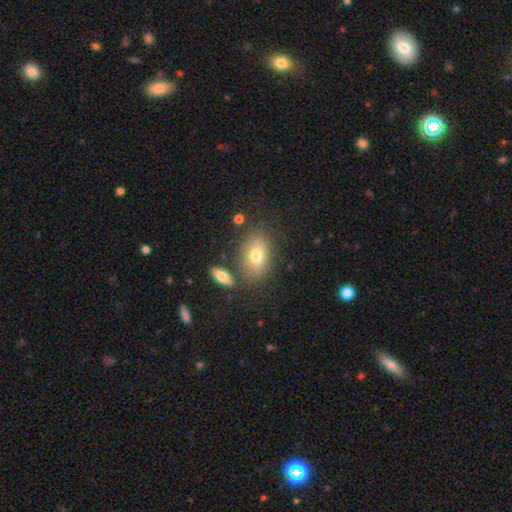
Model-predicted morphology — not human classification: smooth 73%, featured or disk 17%, star or artifact 10%. Down the decision tree: how rounded — in between (81%); merging — none (73%).